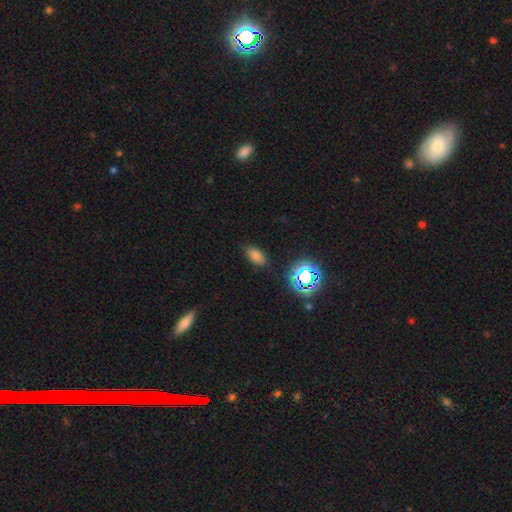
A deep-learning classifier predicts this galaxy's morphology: Smooth or featured?
  - smooth: 73% *
  - star or artifact: 20%
  - featured or disk: 7%
How rounded?
  - in between: 89% *
  - round: 7%
  - cigar-shaped: 4%
Merging?
  - none: 84% *
  - minor disturbance: 11%
  - major disturbance: 3%
  - merger: 2%